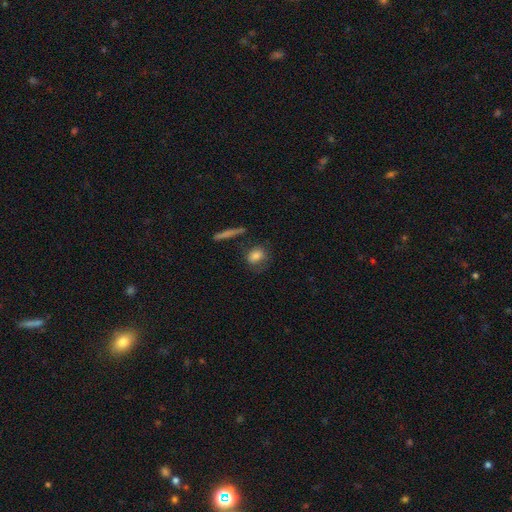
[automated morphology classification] type=smooth (77%); roundness=in between (49%); merging=none (67%).